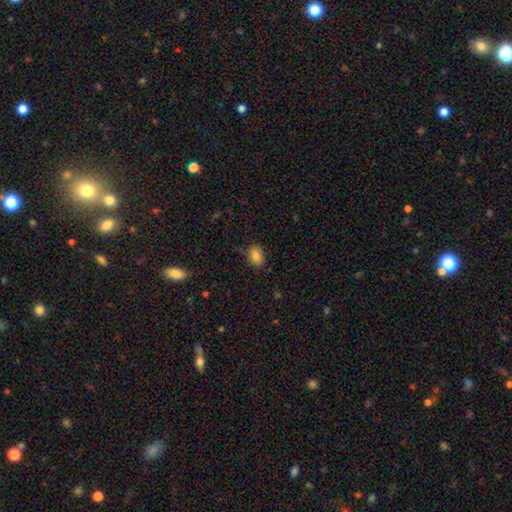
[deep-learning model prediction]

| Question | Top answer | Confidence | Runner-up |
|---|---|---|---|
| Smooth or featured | smooth | 85% | star or artifact (9%) |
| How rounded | in between | 80% | round (19%) |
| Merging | none | 81% | minor disturbance (14%) |